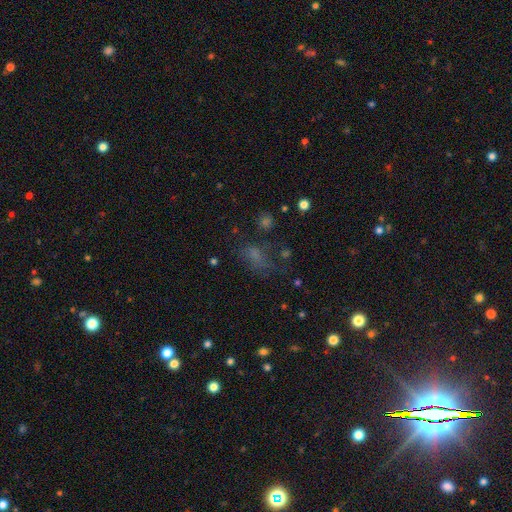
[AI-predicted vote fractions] smooth-or-featured: smooth: 52% | star or artifact: 30% | featured or disk: 19%
  how-rounded: in between: 74% | round: 20% | cigar-shaped: 6%
  merging: none: 43% | major disturbance: 31% | minor disturbance: 21% | merger: 6%